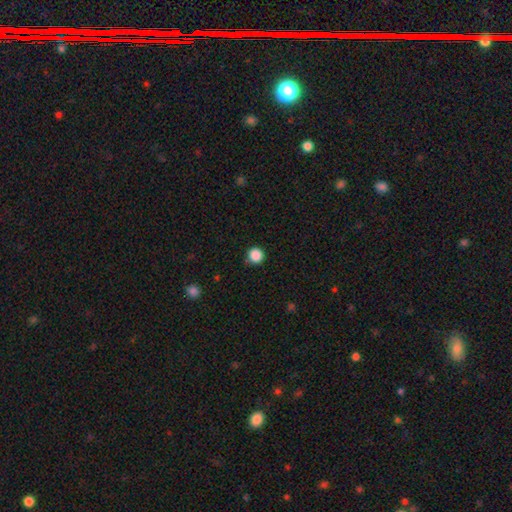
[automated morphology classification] Overall: smooth (87%). How rounded: round (95%). Merging: none (87%).